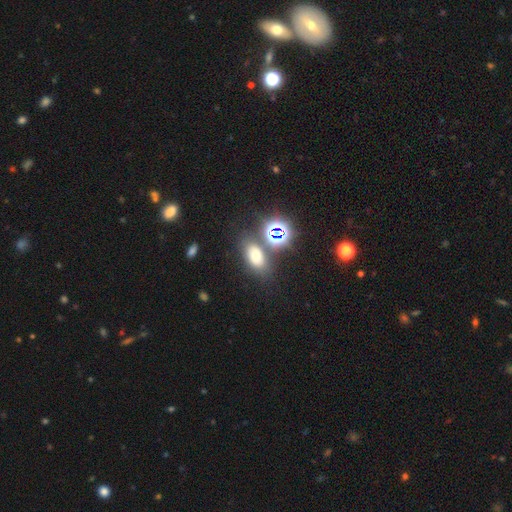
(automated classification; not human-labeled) A smooth galaxy with no disk features (53%) that is in between round and cigar-shaped (78%). Merging: none (68%).